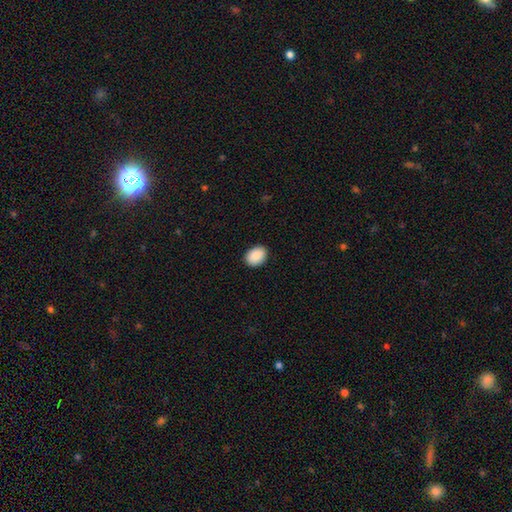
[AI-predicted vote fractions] smooth_or_featured: smooth (p=0.91) [alt: star or artifact p=0.07]
how_rounded: in between (p=0.73) [alt: round p=0.26]
merging: none (p=0.90) [alt: minor disturbance p=0.07]